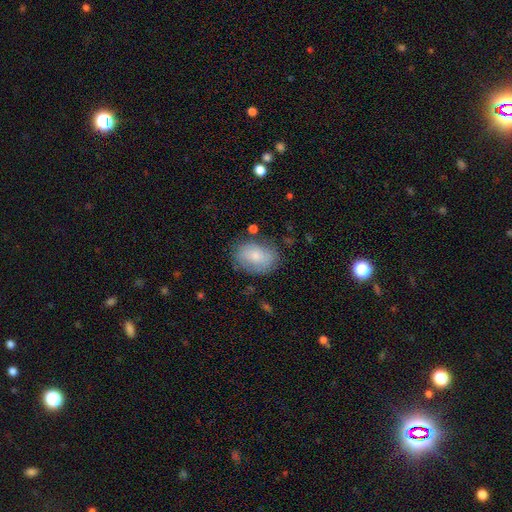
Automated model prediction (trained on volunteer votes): smooth 73%, featured or disk 20%, star or artifact 7%. Down the decision tree: how rounded — in between (78%); merging — none (71%).